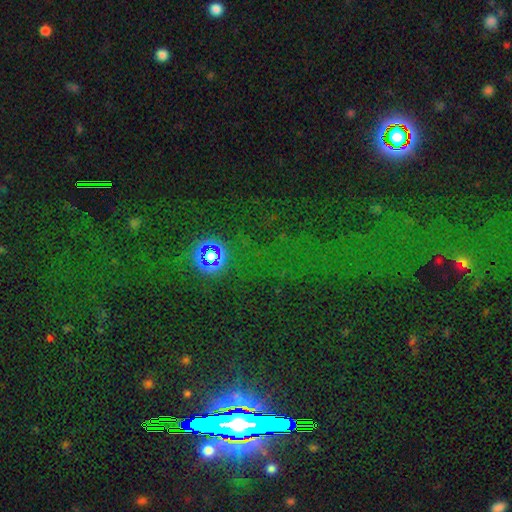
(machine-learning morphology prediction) A star or artifact, not a galaxy (72%).

Vote fractions:
- Smooth or featured? star or artifact: 72% / smooth: 19% / featured or disk: 9%